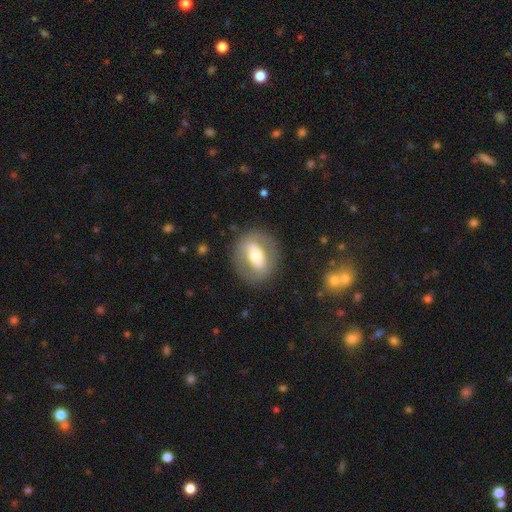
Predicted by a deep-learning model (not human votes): Q: Smooth or featured?
A: featured or disk (53%); runner-up: smooth (41%)
Q: Edge-on disk?
A: no (91%); runner-up: yes (9%)
Q: Merging?
A: none (81%); runner-up: minor disturbance (11%)